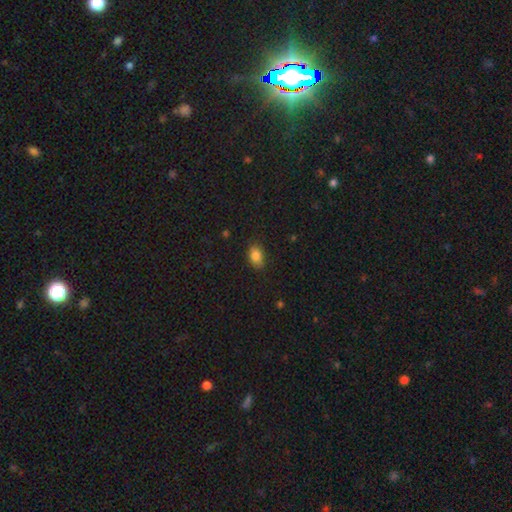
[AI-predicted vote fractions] Smooth or featured: smooth — 84% (star or artifact — 9%)
How rounded: in between — 81% (round — 17%)
Merging: none — 80% (minor disturbance — 16%)